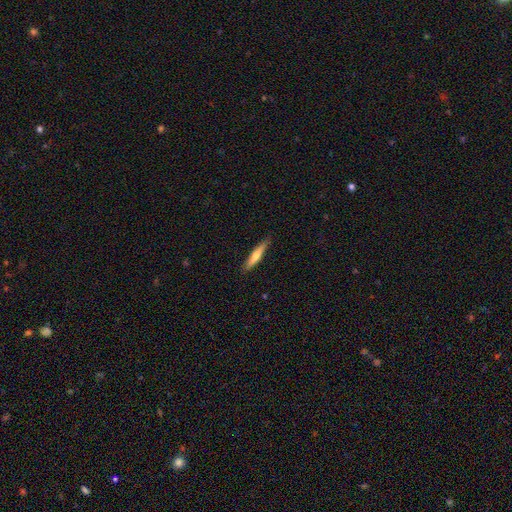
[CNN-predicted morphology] Smooth or featured? Predicted: smooth (p=0.58). How rounded? Predicted: cigar-shaped (p=0.91). Merging? Predicted: none (p=0.87).